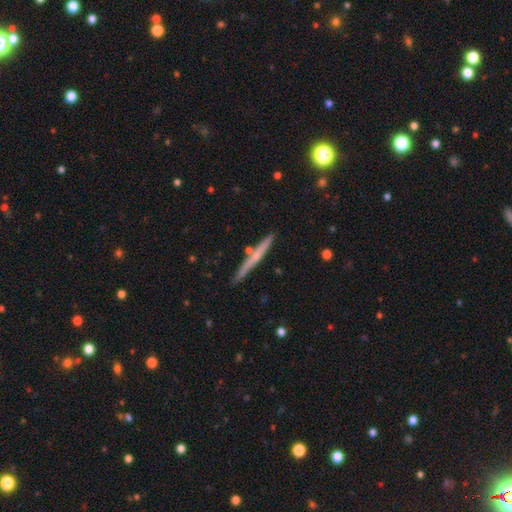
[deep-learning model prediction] Overall: featured or disk (51%; smooth 42%). Edge-on disk: yes (97%). Merging: none (87%).